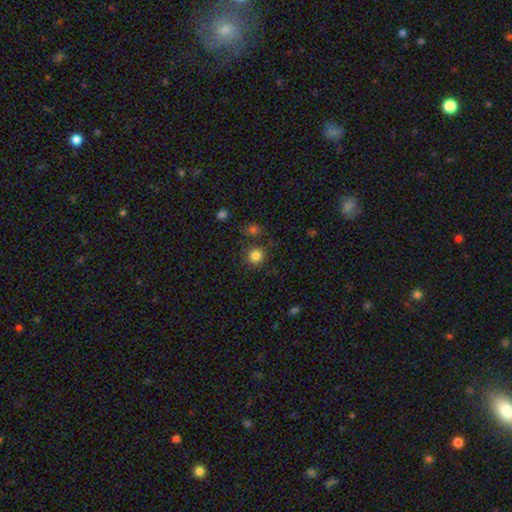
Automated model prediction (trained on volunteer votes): The model was most divided on "smooth or featured": smooth: 83%, star or artifact: 12%, featured or disk: 5%. More confident: how rounded — round (91%); merging — none (83%).